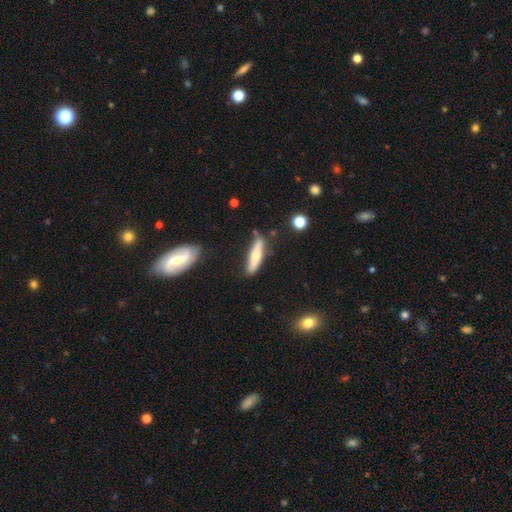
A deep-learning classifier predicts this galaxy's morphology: type=smooth (54%); roundness=cigar-shaped (77%); merging=none (76%).